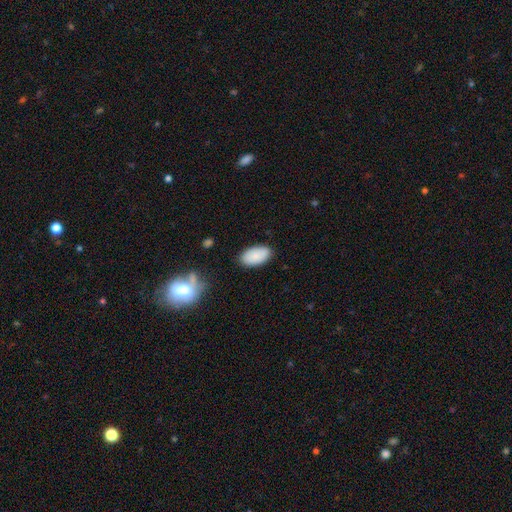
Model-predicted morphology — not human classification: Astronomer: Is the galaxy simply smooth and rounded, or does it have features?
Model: smooth — 87%.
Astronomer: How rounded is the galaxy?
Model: in between — 95%.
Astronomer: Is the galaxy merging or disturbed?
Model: none — 86%.